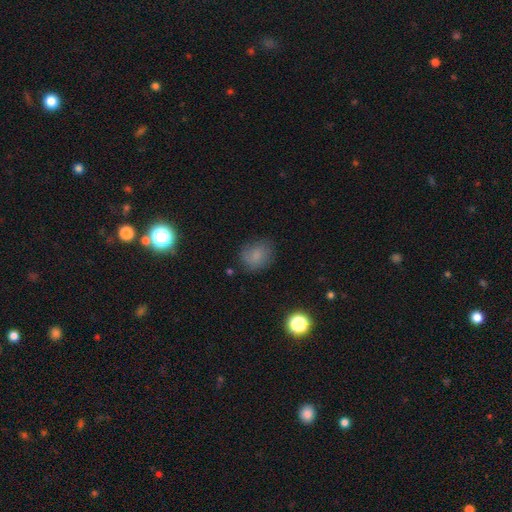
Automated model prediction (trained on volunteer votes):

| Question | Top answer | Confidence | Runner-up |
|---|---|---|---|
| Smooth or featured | smooth | 78% | star or artifact (12%) |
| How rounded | round | 53% | in between (46%) |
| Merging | none | 71% | minor disturbance (21%) |